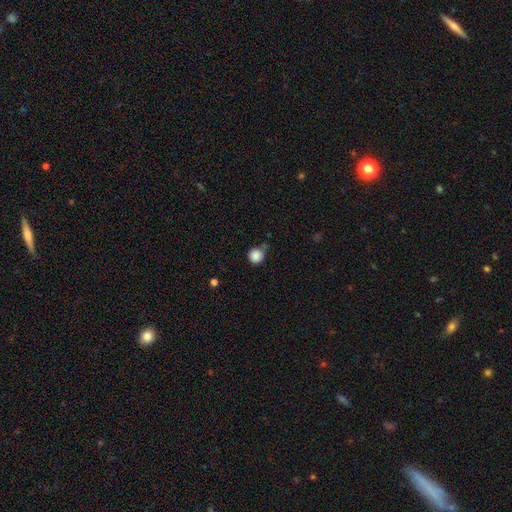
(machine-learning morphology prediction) Q: Smooth or featured?
A: smooth (87%); runner-up: star or artifact (10%)
Q: How rounded?
A: round (93%); runner-up: in between (6%)
Q: Merging?
A: none (66%); runner-up: minor disturbance (23%)